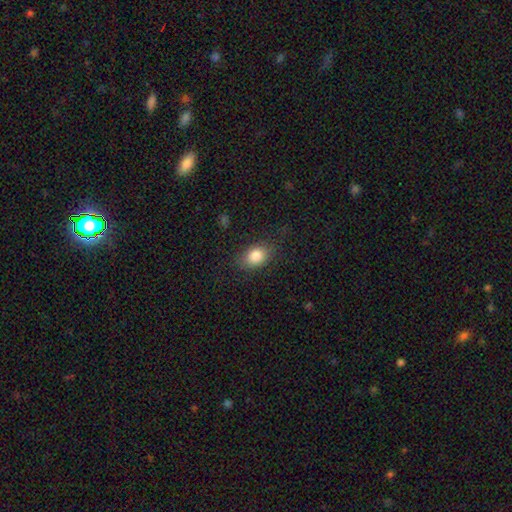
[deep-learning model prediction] The model was most divided on "how rounded": in between: 70%, round: 28%, cigar-shaped: 2%. More confident: smooth or featured — smooth (84%); merging — none (78%).